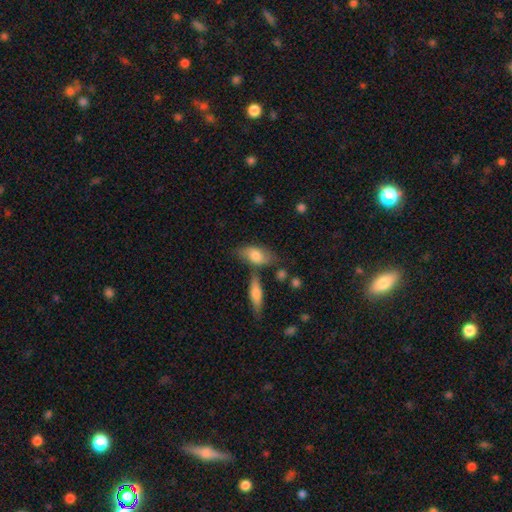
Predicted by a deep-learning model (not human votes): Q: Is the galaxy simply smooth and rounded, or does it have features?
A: smooth — 68%.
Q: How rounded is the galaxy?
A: in between — 86%.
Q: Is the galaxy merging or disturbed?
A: none — 58%.